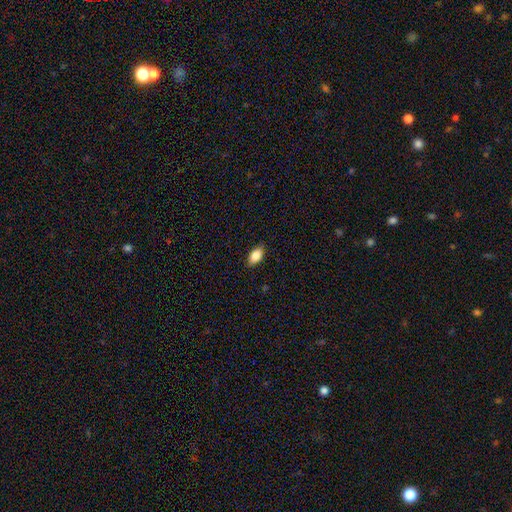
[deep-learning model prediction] Smooth or featured: smooth — 85% (star or artifact — 8%)
How rounded: in between — 90% (round — 6%)
Merging: none — 86% (minor disturbance — 11%)